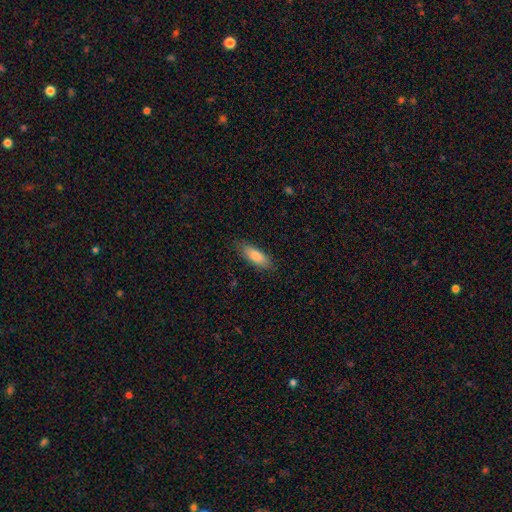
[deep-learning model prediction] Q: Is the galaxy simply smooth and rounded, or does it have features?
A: smooth — 81%.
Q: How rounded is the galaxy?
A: in between — 66%.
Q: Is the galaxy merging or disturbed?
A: none — 83%.